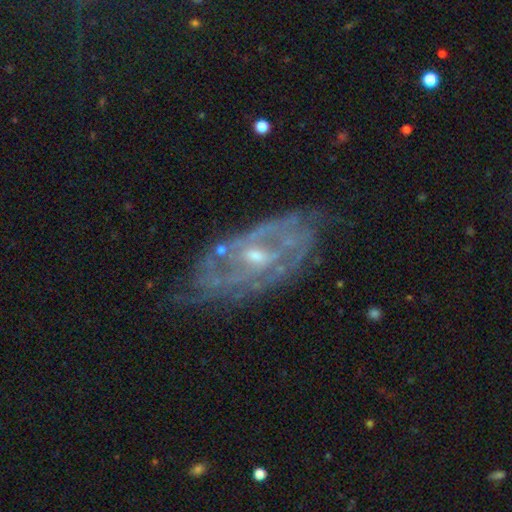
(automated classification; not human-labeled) The model was most divided on "spiral arm count": can't tell: 36%, 2: 34%, 3: 12%, 4: 7%, more than 4: 6%, 1: 6%. Remaining: edge-on disk — no (92%); spiral arms — yes (91%); smooth or featured — featured or disk (81%); merging — none (75%); bulge size — small (57%); spiral winding — tight (55%); bar — no (45%).